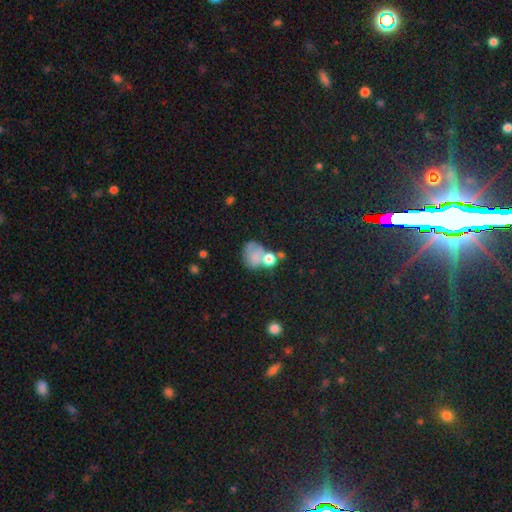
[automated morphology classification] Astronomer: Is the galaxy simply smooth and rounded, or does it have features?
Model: smooth — 65%.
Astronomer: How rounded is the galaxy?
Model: round — 51% (runner-up: in between, 48%).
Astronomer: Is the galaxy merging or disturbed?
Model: none — 31% (runner-up: merger, 30%).